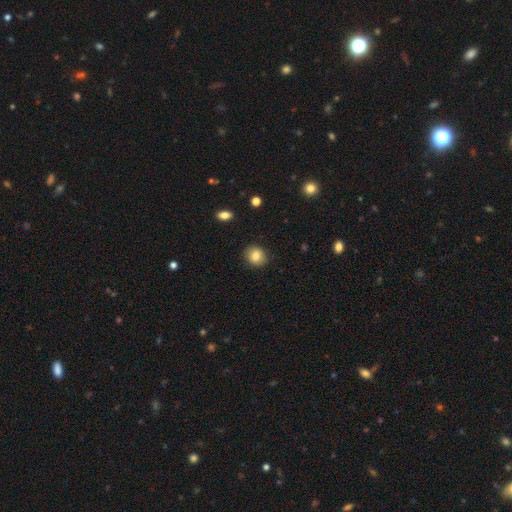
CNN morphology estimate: Q: Smooth or featured?
A: smooth (84%); runner-up: star or artifact (9%)
Q: How rounded?
A: round (77%); runner-up: in between (22%)
Q: Merging?
A: none (90%); runner-up: minor disturbance (7%)